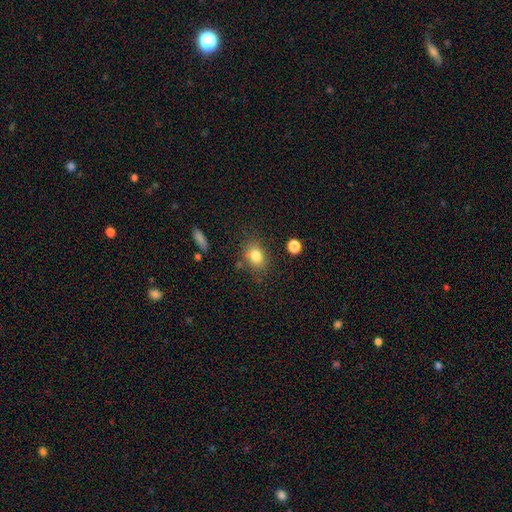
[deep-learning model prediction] A smooth galaxy with no disk features (81%) that is in between round and cigar-shaped (57%).

Vote fractions:
- Smooth or featured? smooth: 81% / star or artifact: 10% / featured or disk: 8%
- How rounded? in between: 57% / round: 42% / cigar-shaped: 1%
- Merging? none: 77% / minor disturbance: 15% / major disturbance: 4% / merger: 4%